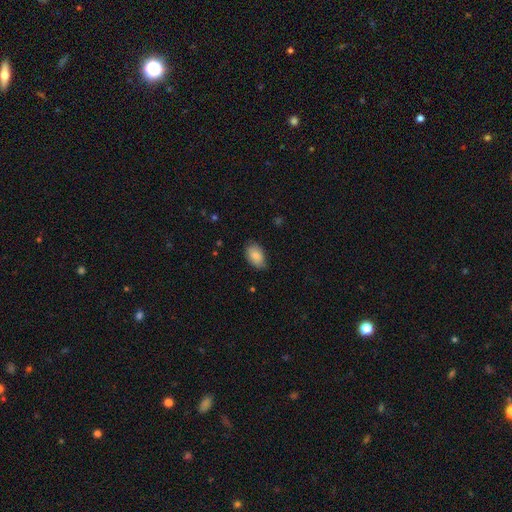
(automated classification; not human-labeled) Smooth or featured: smooth — 81% (featured or disk — 12%)
How rounded: in between — 91% (round — 8%)
Merging: none — 73% (minor disturbance — 22%)